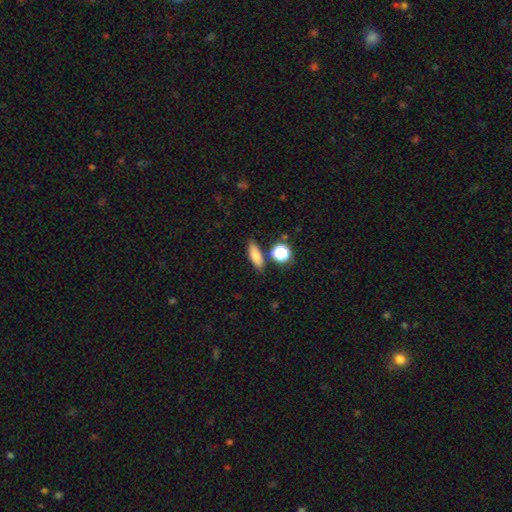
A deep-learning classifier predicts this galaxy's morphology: This appears to be a smooth galaxy with no disk features (78%) that is in between round and cigar-shaped (57%). Merging: none (79%).